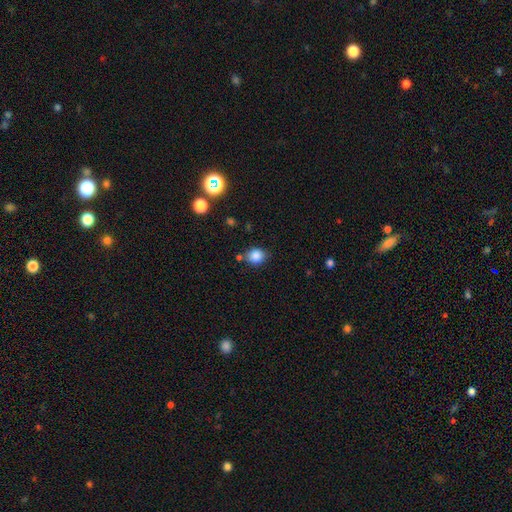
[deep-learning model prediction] This is clearly a smooth galaxy (84%). How rounded: likely round (73%). Merging: likely none (74%).